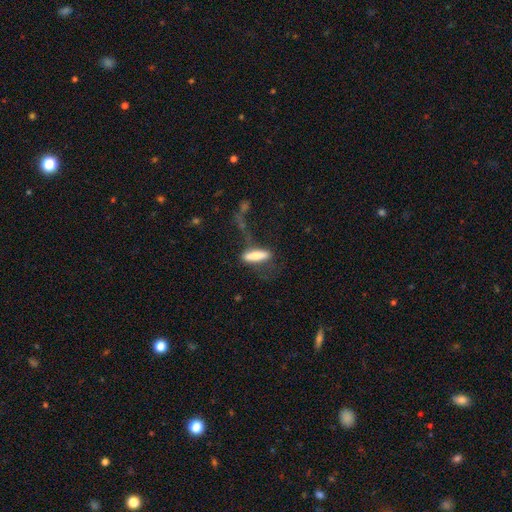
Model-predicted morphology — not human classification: Smooth or featured: smooth — 63% (featured or disk — 30%)
How rounded: cigar-shaped — 68% (in between — 29%)
Merging: none — 47% (major disturbance — 26%)